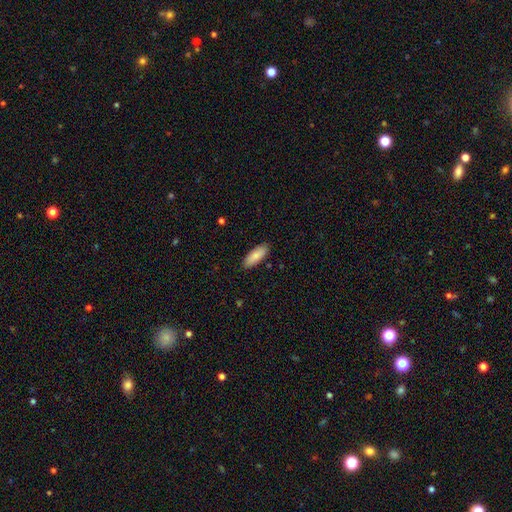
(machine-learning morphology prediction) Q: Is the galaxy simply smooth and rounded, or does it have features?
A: smooth — 86%.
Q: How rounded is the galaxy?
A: in between — 72%.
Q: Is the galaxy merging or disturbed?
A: none — 89%.